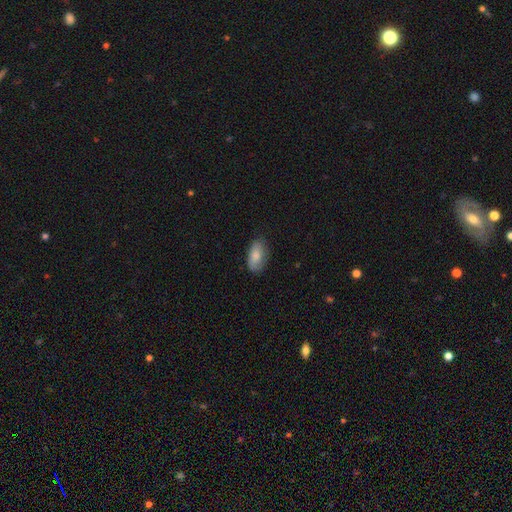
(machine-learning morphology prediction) A smooth galaxy with no disk features (82%) that is in between round and cigar-shaped (92%).

Vote fractions:
- Smooth or featured? smooth: 82% / featured or disk: 12% / star or artifact: 7%
- How rounded? in between: 92% / round: 4% / cigar-shaped: 4%
- Merging? none: 74% / minor disturbance: 21% / major disturbance: 4% / merger: 1%